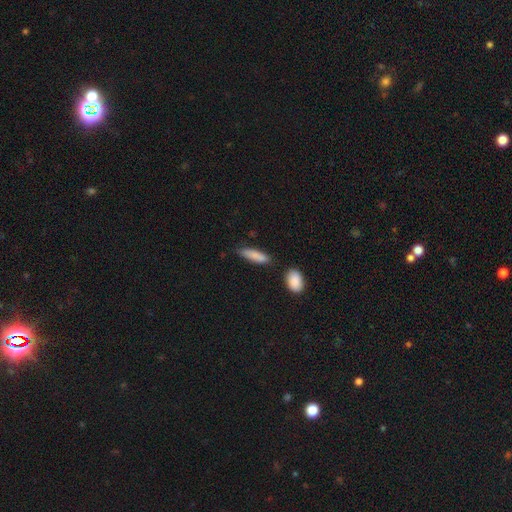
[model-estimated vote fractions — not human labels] A smooth galaxy with no disk features (85%) that is cigar-shaped (64%). Merging: none (72%).